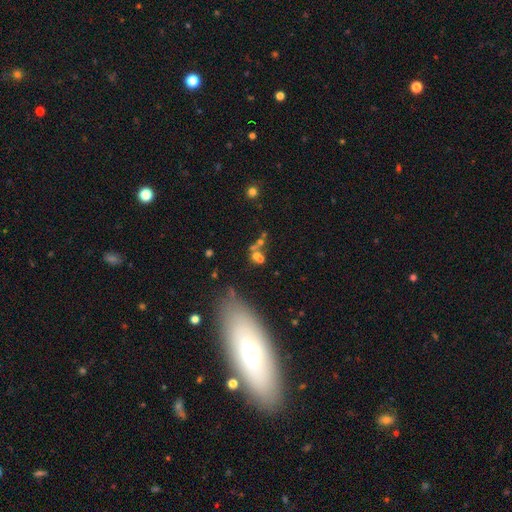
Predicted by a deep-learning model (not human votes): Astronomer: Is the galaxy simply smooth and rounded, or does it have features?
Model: smooth — 45% (runner-up: star or artifact, 34%).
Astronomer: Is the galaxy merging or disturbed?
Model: none — 54%.